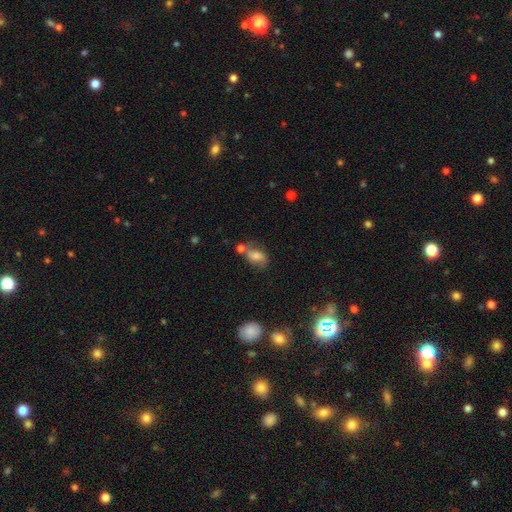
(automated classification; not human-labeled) smooth 57%, featured or disk 31%, star or artifact 12%. Down the decision tree: how rounded — in between (81%); merging — none (46%).